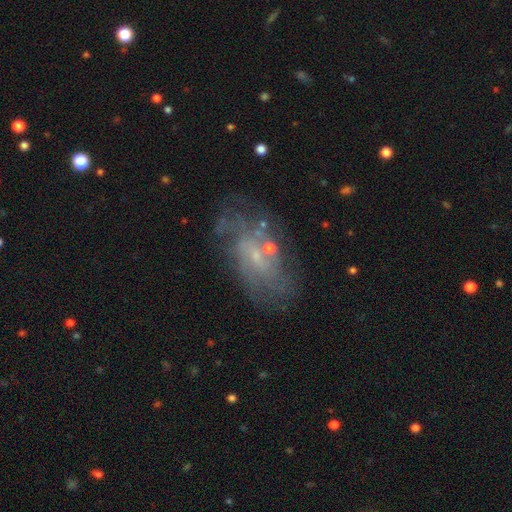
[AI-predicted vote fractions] The model was most divided on "bar": no: 49%, weak: 42%, strong: 8%. More confident: edge-on disk — no (94%); spiral arms — yes (72%); smooth or featured — featured or disk (70%); bulge size — small (66%); merging — none (62%).